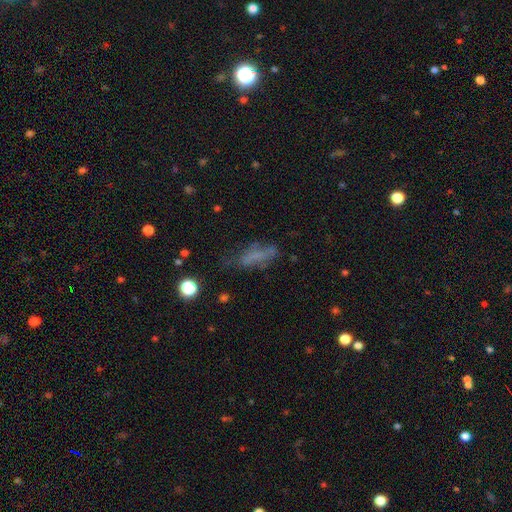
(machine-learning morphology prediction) This is possibly a smooth galaxy (53%). How rounded: possibly cigar-shaped (48%, tied with in between). Merging: possibly none (50%).